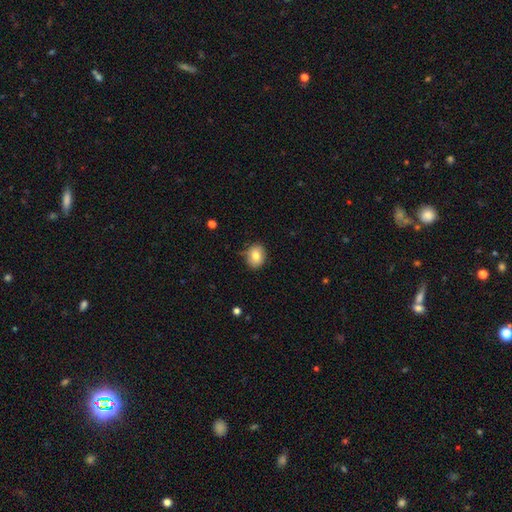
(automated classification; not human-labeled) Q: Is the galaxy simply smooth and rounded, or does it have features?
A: smooth — 80%.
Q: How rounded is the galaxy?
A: round — 53%.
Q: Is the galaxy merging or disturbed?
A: none — 83%.